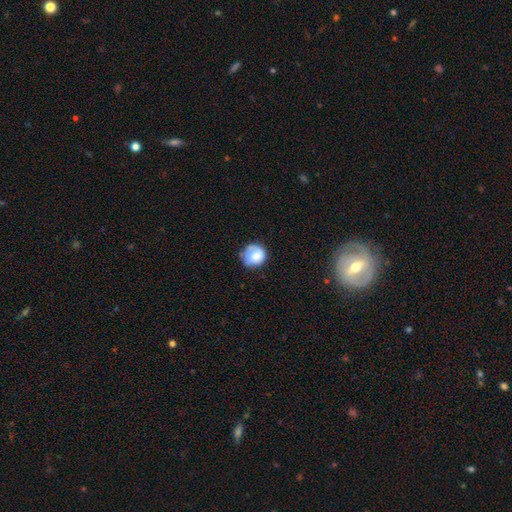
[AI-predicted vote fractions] This is likely a smooth galaxy (72%). How rounded: clearly round (86%). Merging: likely none (64%).